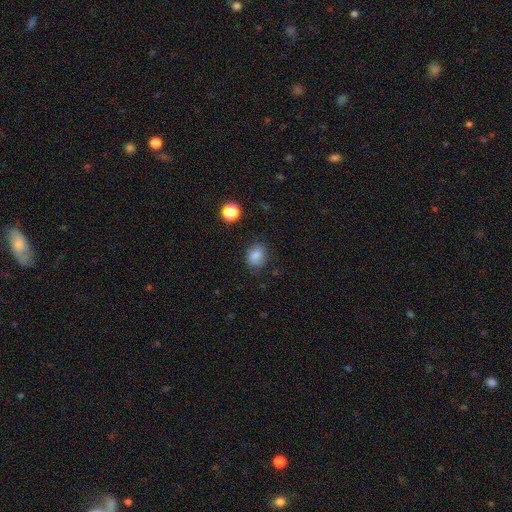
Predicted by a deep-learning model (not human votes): This appears to be a smooth galaxy with no disk features (83%) that is in between round and cigar-shaped (50%). Merging: none (80%).